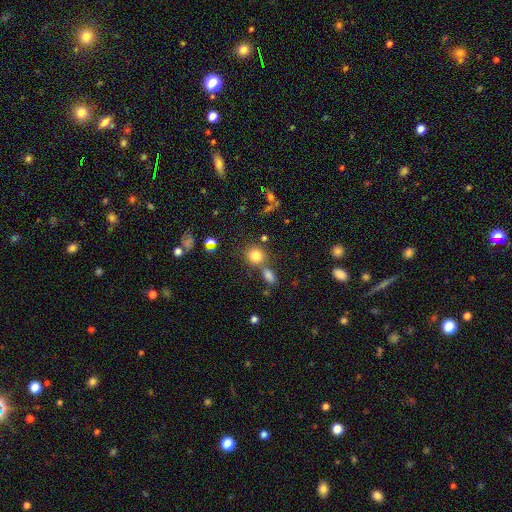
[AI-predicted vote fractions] Smooth or featured? smooth (79%)
How rounded? round (80%)
Merging? none (64%)